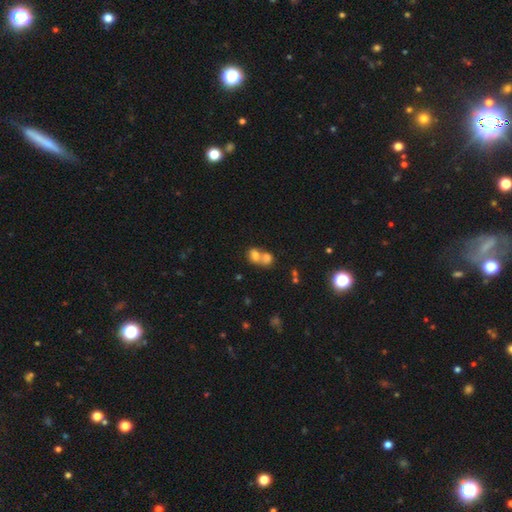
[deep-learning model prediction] Morphology: type=smooth (72%); roundness=round (50%); merging=merger (69%).